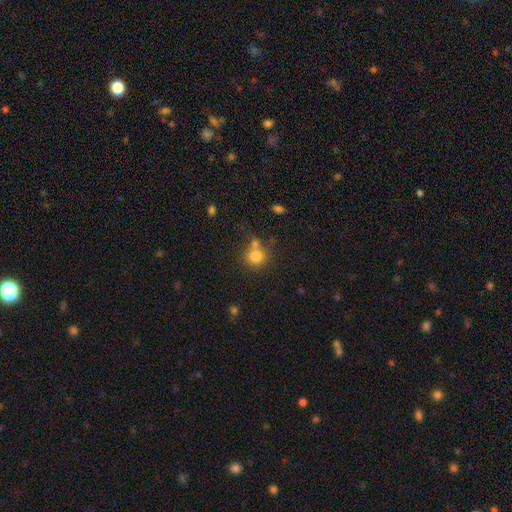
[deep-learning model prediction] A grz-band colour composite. It shows a smooth galaxy with no disk features (81%) that is round (84%). Merging: none (58%).